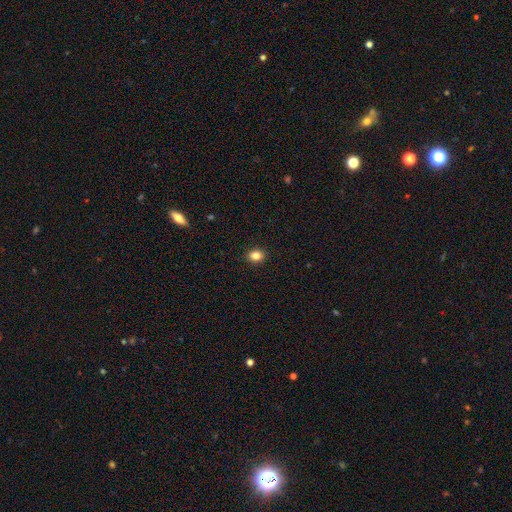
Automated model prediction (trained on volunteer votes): Q: Smooth or featured?
A: smooth (85%); runner-up: star or artifact (11%)
Q: How rounded?
A: in between (53%); runner-up: round (46%)
Q: Merging?
A: none (91%); runner-up: minor disturbance (6%)